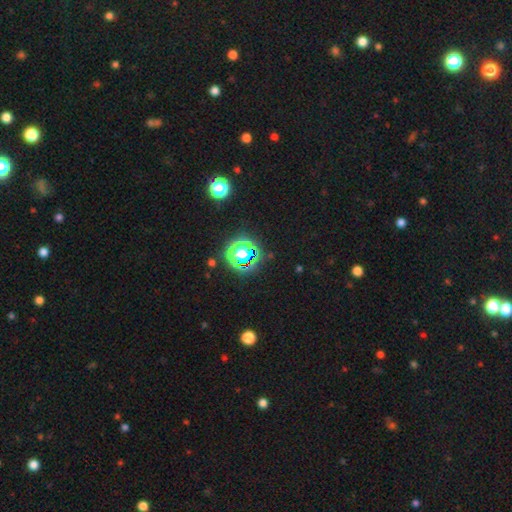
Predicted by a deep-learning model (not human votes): Q: Smooth or featured?
A: star or artifact (77%); runner-up: smooth (16%)